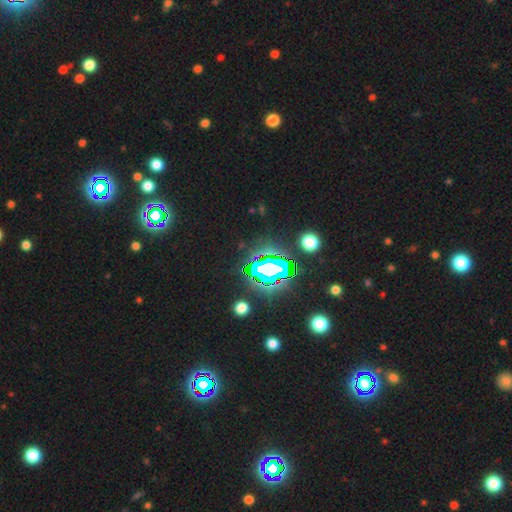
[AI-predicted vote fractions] Q: Smooth or featured?
A: star or artifact (81%); runner-up: smooth (11%)